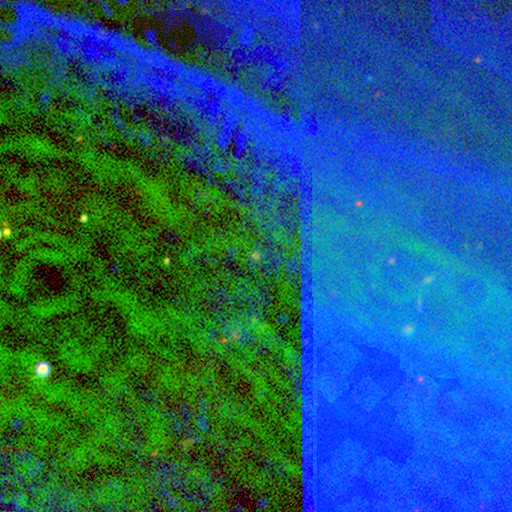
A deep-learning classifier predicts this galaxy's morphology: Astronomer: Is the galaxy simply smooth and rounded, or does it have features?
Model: star or artifact — 80%.